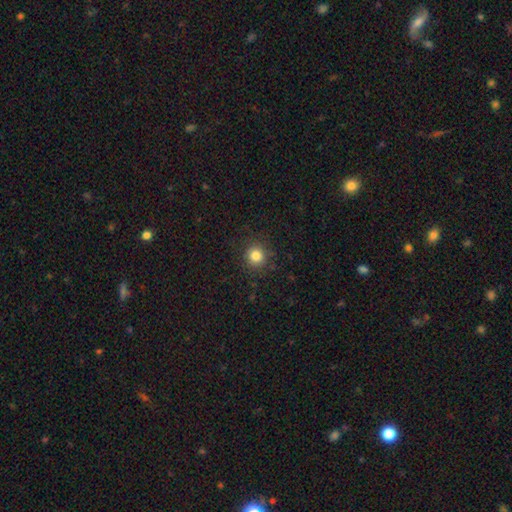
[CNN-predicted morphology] Smooth or featured: smooth — 83% (star or artifact — 12%)
How rounded: round — 91% (in between — 8%)
Merging: none — 88% (minor disturbance — 8%)